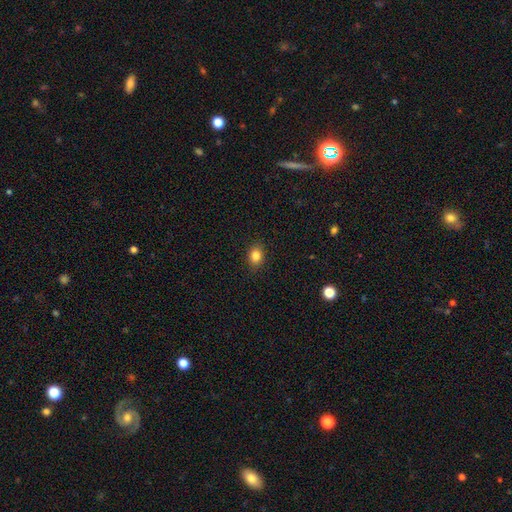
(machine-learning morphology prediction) A smooth galaxy with no disk features (84%) that is in between round and cigar-shaped (59%). Merging: none (88%).